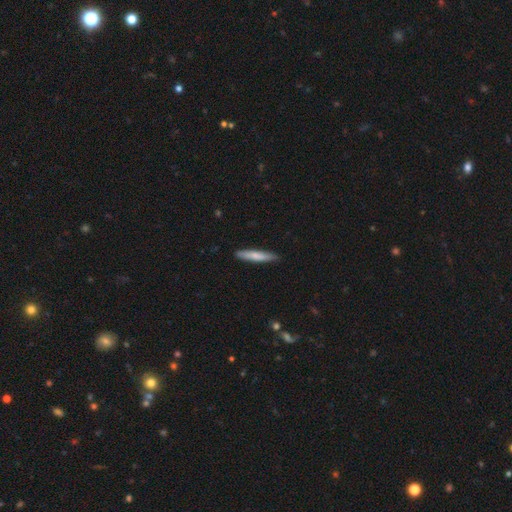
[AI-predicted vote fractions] smooth_or_featured: smooth (p=0.70) [alt: featured or disk p=0.24]
how_rounded: cigar-shaped (p=0.92) [alt: in between p=0.07]
merging: none (p=0.89) [alt: minor disturbance p=0.08]